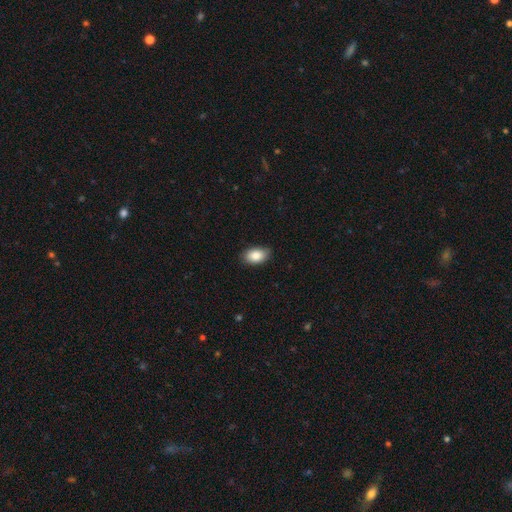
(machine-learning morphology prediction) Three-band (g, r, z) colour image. It shows a smooth galaxy with no disk features (86%) that is in between round and cigar-shaped (92%). Merging: none (86%).